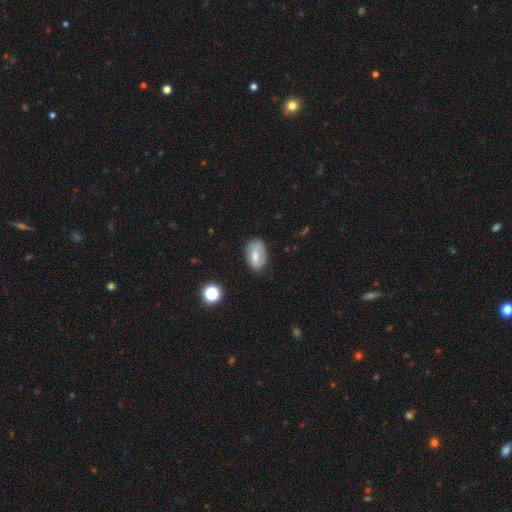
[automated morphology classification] The model was most divided on "smooth or featured": smooth: 61%, featured or disk: 30%, star or artifact: 9%. More confident: how rounded — in between (89%); merging — none (73%).